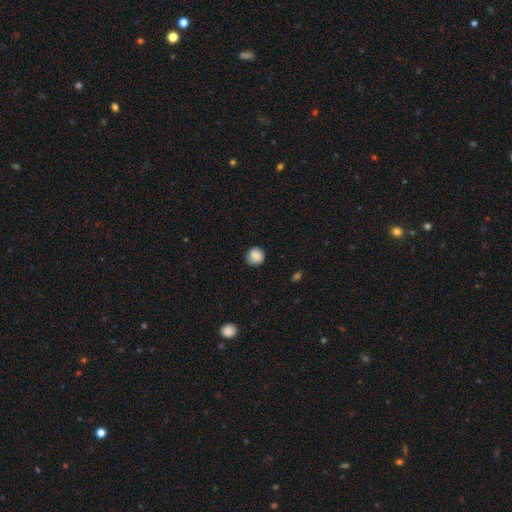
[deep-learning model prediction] A smooth galaxy with no disk features (87%) that is round (92%). Merging: none (85%).